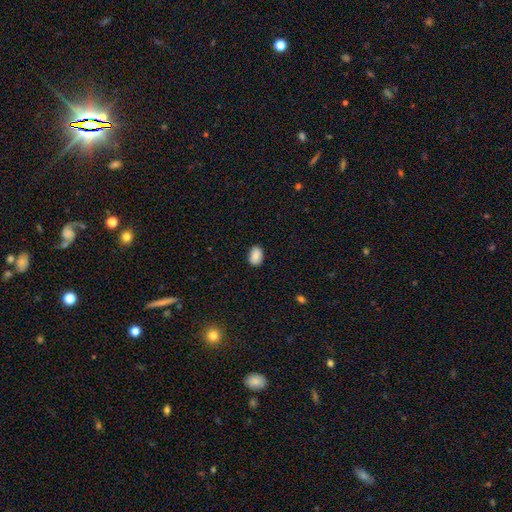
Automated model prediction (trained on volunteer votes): A smooth galaxy with no disk features (87%) that is in between round and cigar-shaped (83%). Merging: none (86%).